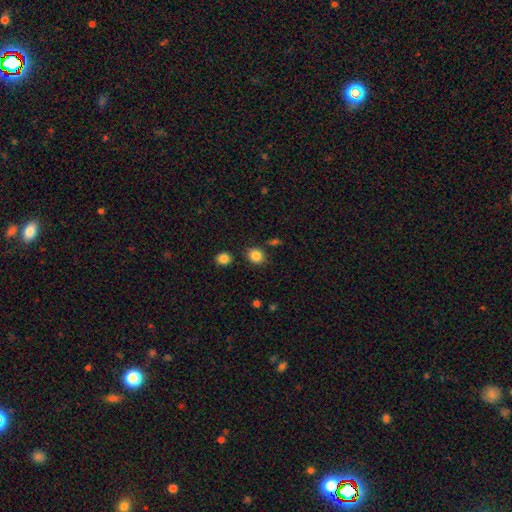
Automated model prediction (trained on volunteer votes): A smooth galaxy with no disk features (85%) that is round (62%). Merging: none (82%).